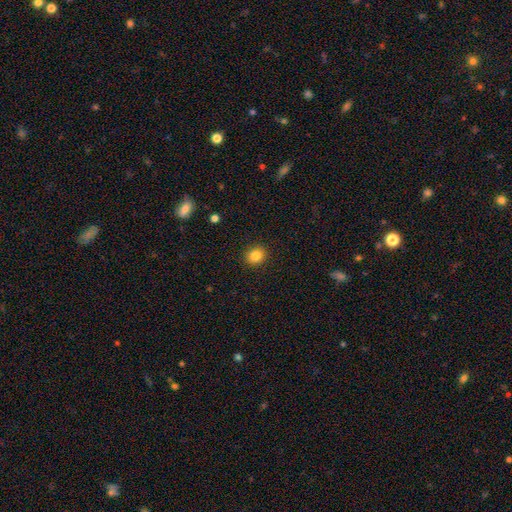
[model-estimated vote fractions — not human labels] A smooth galaxy with no disk features (84%) that is round (75%). Merging: none (91%).